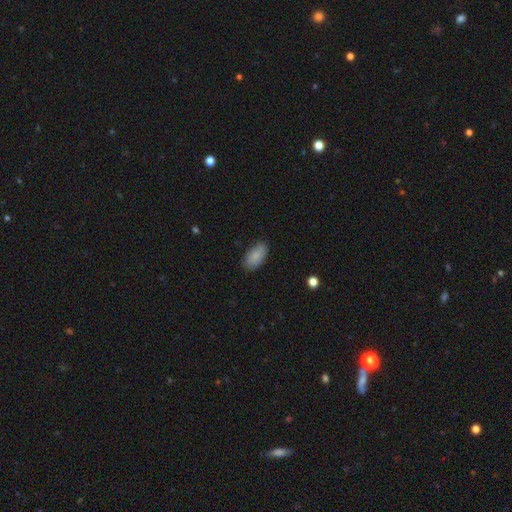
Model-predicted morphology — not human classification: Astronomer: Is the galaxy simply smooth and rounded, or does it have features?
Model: smooth — 83%.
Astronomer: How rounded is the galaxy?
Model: in between — 93%.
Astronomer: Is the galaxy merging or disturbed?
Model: none — 80%.